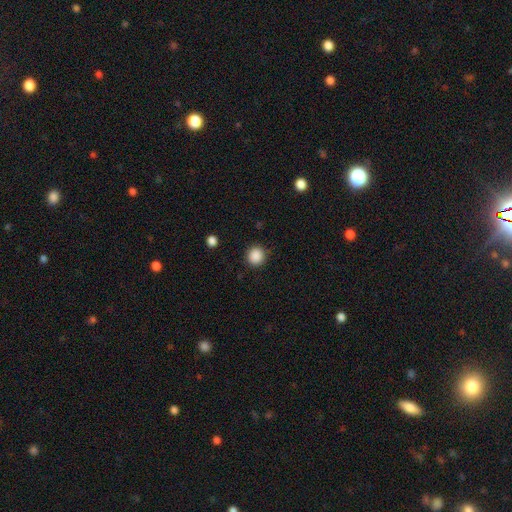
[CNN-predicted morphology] Smooth or featured: smooth — 88% (star or artifact — 10%)
How rounded: round — 93% (in between — 6%)
Merging: none — 90% (minor disturbance — 7%)